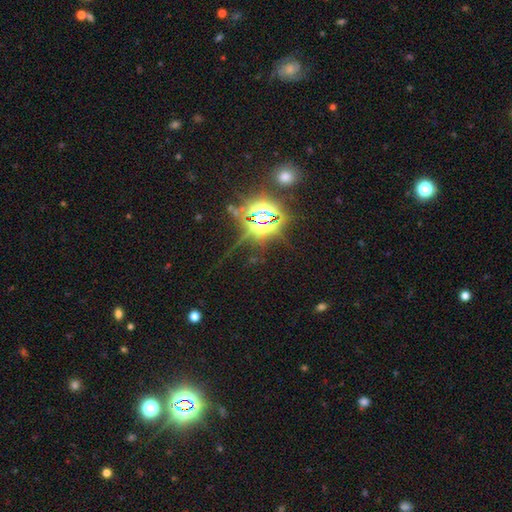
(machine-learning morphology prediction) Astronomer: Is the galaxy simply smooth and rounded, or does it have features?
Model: star or artifact — 82%.